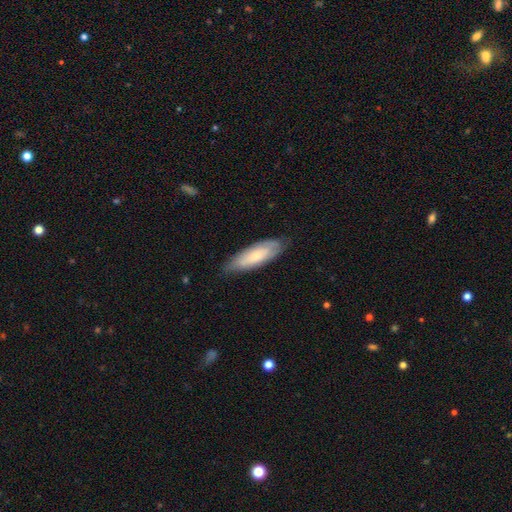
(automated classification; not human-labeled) Morphology: type=smooth (66%); roundness=in between (54%); merging=none (76%).